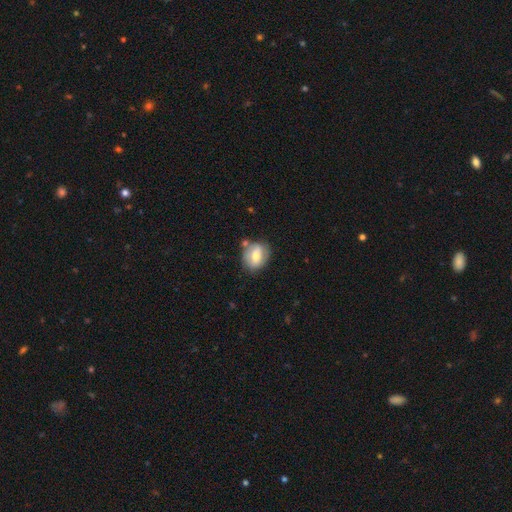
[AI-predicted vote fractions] smooth-or-featured: smooth: 60% | featured or disk: 32% | star or artifact: 8%
  how-rounded: round: 55% | in between: 44% | cigar-shaped: 1%
  merging: none: 68% | minor disturbance: 17% | merger: 10% | major disturbance: 5%